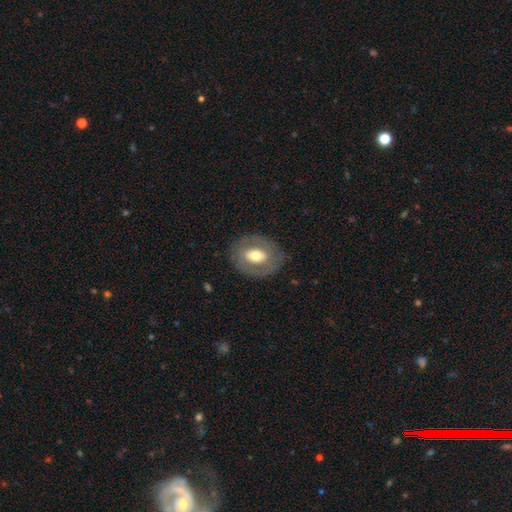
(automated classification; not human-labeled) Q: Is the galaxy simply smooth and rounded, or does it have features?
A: featured or disk — 47%, tied with smooth.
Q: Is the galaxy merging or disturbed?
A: none — 80%.